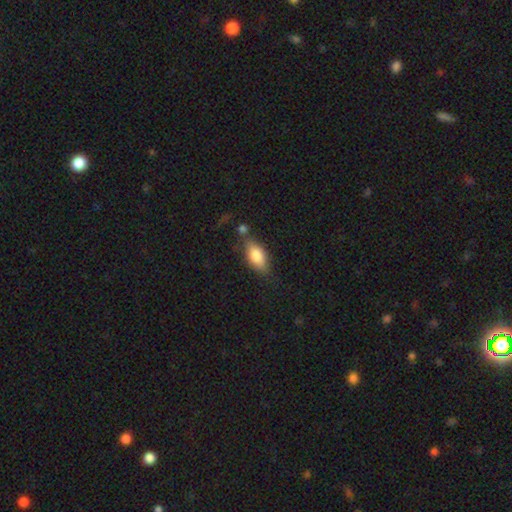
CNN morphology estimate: Smooth or featured: smooth — 77% (featured or disk — 17%)
How rounded: in between — 87% (cigar-shaped — 8%)
Merging: none — 64% (minor disturbance — 19%)